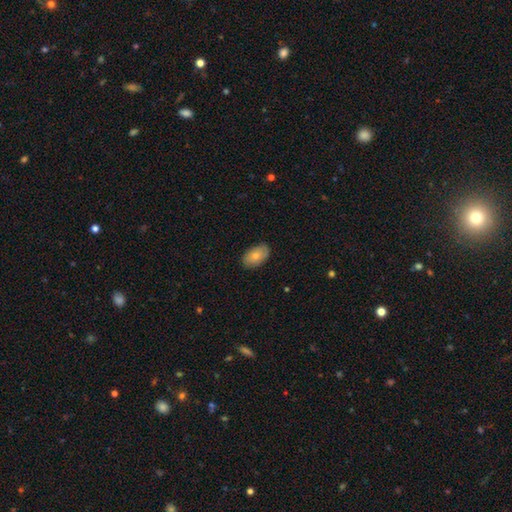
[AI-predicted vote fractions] Smooth or featured?
  - smooth: 77% *
  - featured or disk: 17%
  - star or artifact: 6%
How rounded?
  - in between: 92% *
  - round: 7%
  - cigar-shaped: 1%
Merging?
  - none: 84% *
  - minor disturbance: 13%
  - major disturbance: 2%
  - merger: 1%